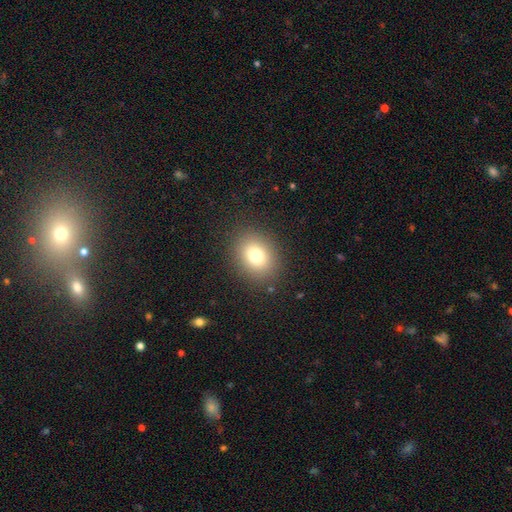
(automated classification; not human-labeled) Smooth or featured? Predicted: smooth (p=0.77). How rounded? Predicted: round (p=0.56). Merging? Predicted: none (p=0.87).